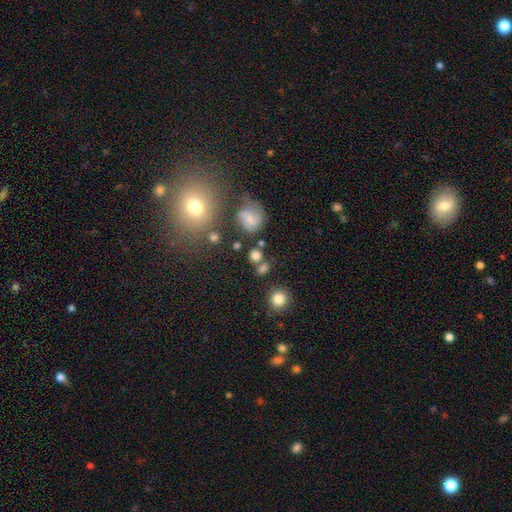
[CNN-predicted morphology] type=smooth (76%); roundness=round (74%); merging=none (60%).